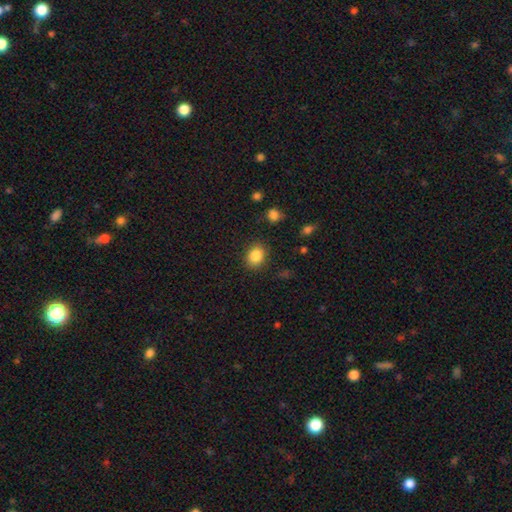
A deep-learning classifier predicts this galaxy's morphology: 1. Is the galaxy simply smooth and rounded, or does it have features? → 85% smooth, 10% star or artifact, 5% featured or disk.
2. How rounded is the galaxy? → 50% round (tied), 50% in between (tied), 1% cigar-shaped.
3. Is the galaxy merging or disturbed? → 86% none, 9% minor disturbance, 3% major disturbance, 2% merger.